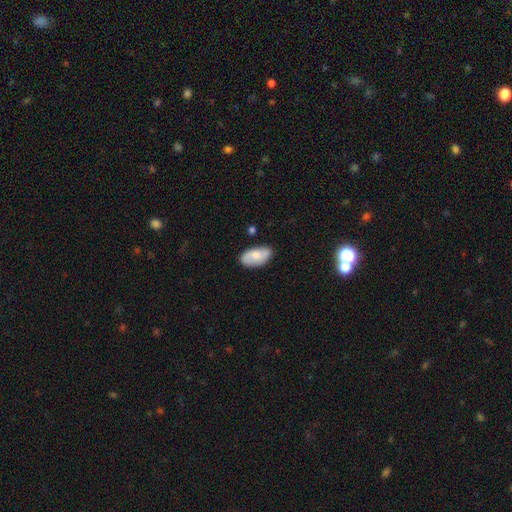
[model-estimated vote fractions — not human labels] Smooth or featured? smooth (61%)
How rounded? in between (94%)
Merging? none (78%)